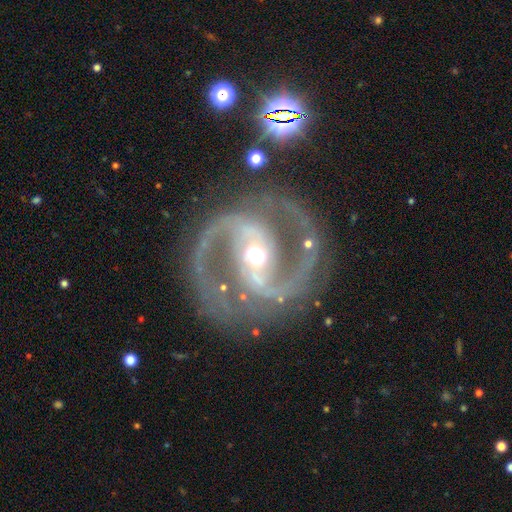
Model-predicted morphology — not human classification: A featured or disk galaxy (94%) with a strong bar (42%), 2 (94%) medium (69%) spiral arms (99%) and a moderate central bulge (65%).

Vote fractions:
- Smooth or featured? featured or disk: 94% / star or artifact: 4% / smooth: 2%
- Edge-on disk? no: 98% / yes: 2%
- Bar? strong: 42% / weak: 36% / no: 22%
- Spiral arms? yes: 99% / no: 1%
- Spiral winding? medium: 69% / tight: 19% / loose: 12%
- Spiral arm count? 2: 94% / 3: 2% / can't tell: 1% / 1: 1% / 4: 1% / more than 4: 1%
- Bulge size? moderate: 65% / small: 25% / large: 8% / dominant: 1% / none: 1%
- Merging? none: 81% / minor disturbance: 12% / major disturbance: 5% / merger: 2%